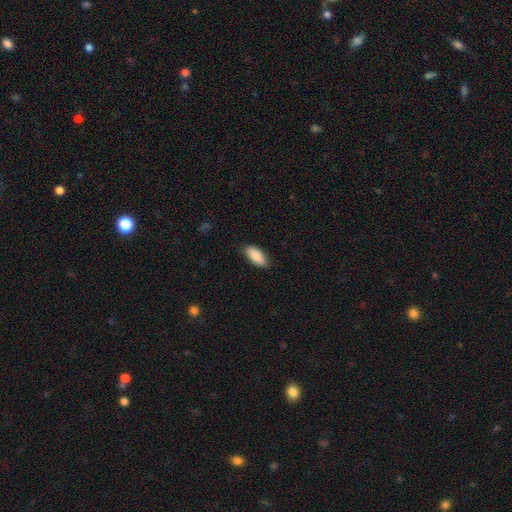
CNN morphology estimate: smooth-or-featured: smooth: 86% | featured or disk: 8% | star or artifact: 6%
  how-rounded: in between: 86% | cigar-shaped: 12% | round: 2%
  merging: none: 85% | minor disturbance: 12% | major disturbance: 2% | merger: 1%